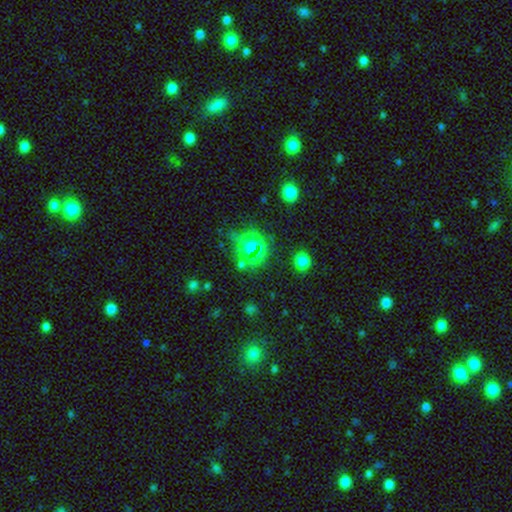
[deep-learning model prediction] Smooth or featured: smooth — 49% (star or artifact — 38%)
Merging: none — 68% (minor disturbance — 13%)